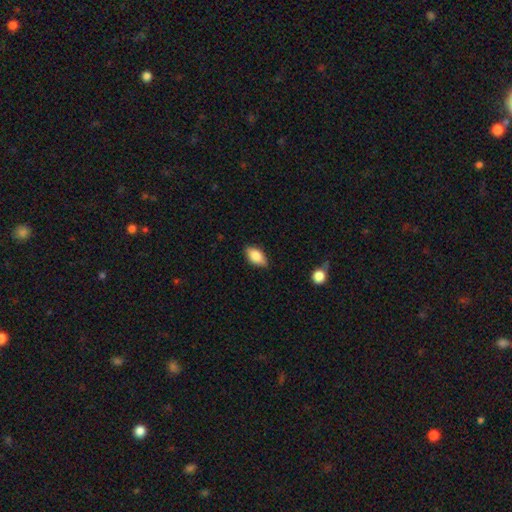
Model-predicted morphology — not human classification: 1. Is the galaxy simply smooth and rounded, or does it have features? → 80% smooth, 13% featured or disk, 7% star or artifact.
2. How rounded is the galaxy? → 90% in between, 5% cigar-shaped, 5% round.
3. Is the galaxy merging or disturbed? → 80% none, 16% minor disturbance, 3% major disturbance, 1% merger.